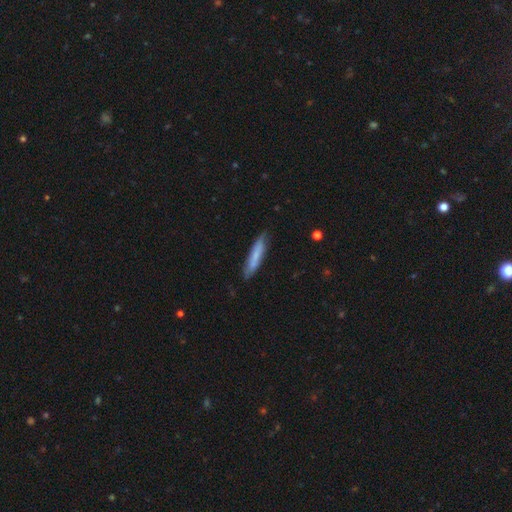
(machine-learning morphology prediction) A smooth galaxy with no disk features (67%) that is cigar-shaped (89%). Merging: none (79%).